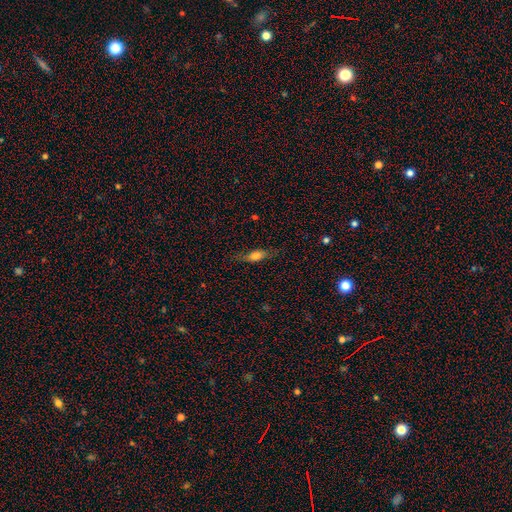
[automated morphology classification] This is likely a smooth galaxy (66%). How rounded: likely in between (62%). Merging: likely none (72%).